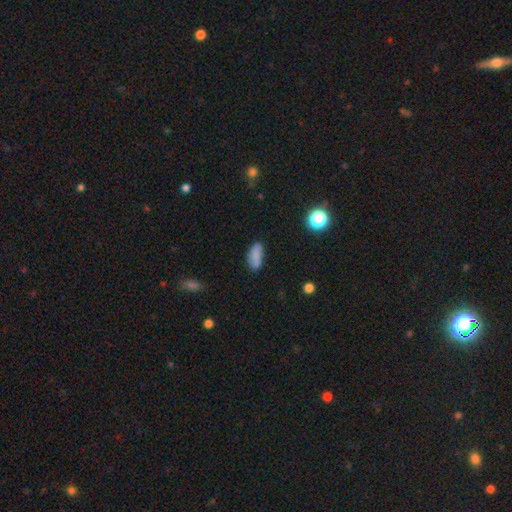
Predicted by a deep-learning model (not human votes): A smooth galaxy with no disk features (83%) that is in between round and cigar-shaped (84%). Merging: none (73%).